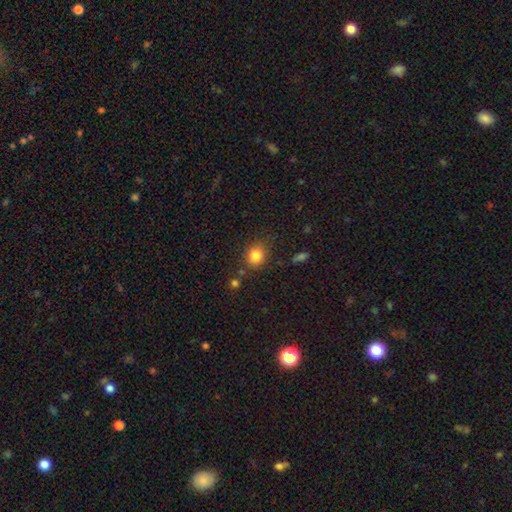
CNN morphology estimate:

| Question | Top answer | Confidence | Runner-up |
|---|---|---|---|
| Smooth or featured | smooth | 84% | star or artifact (11%) |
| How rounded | round | 74% | in between (25%) |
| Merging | none | 78% | minor disturbance (13%) |